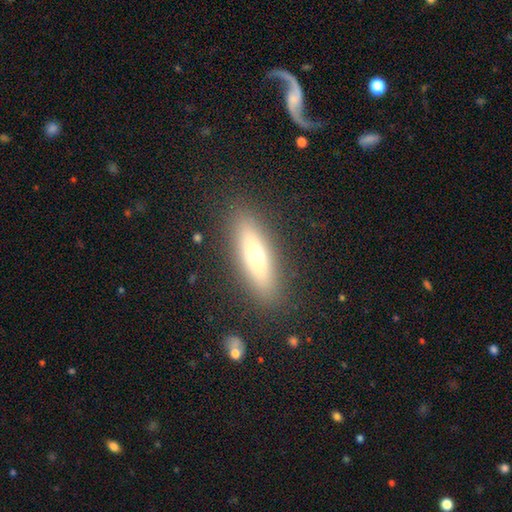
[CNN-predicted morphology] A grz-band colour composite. It shows a smooth galaxy with no disk features (59%) that is cigar-shaped (56%). Merging: none (87%).